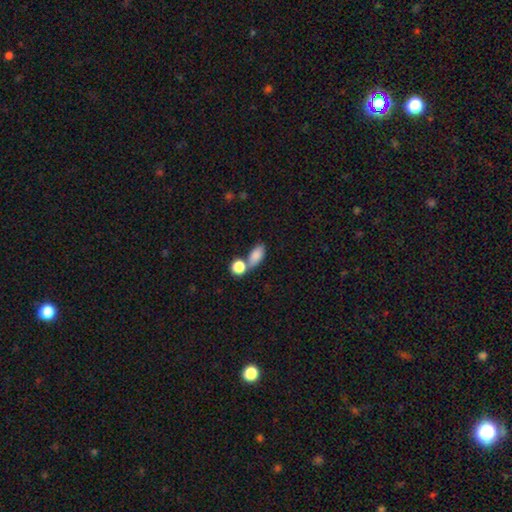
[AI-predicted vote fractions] Morphology: type=smooth (84%); roundness=in between (84%); merging=merger (42%).